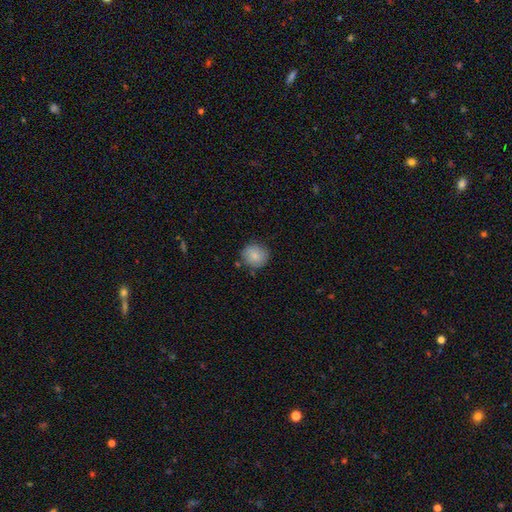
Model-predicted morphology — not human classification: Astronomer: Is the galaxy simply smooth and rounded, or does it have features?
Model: smooth — 83%.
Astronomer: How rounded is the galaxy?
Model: round — 89%.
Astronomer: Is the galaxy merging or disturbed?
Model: none — 81%.